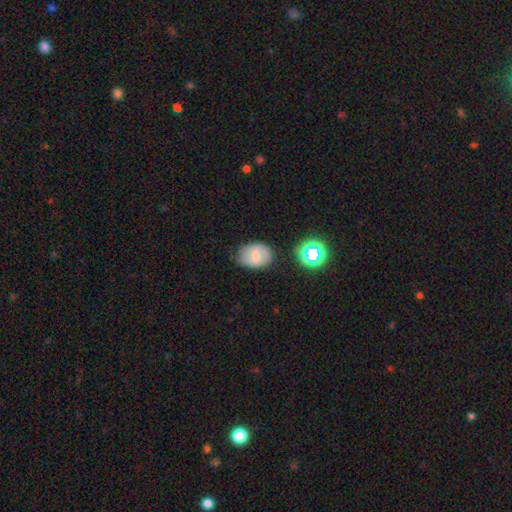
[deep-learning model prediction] Smooth or featured?
  - smooth: 59% *
  - featured or disk: 29%
  - star or artifact: 12%
How rounded?
  - in between: 66% *
  - round: 33%
  - cigar-shaped: 1%
Merging?
  - none: 66% *
  - minor disturbance: 26%
  - major disturbance: 6%
  - merger: 3%